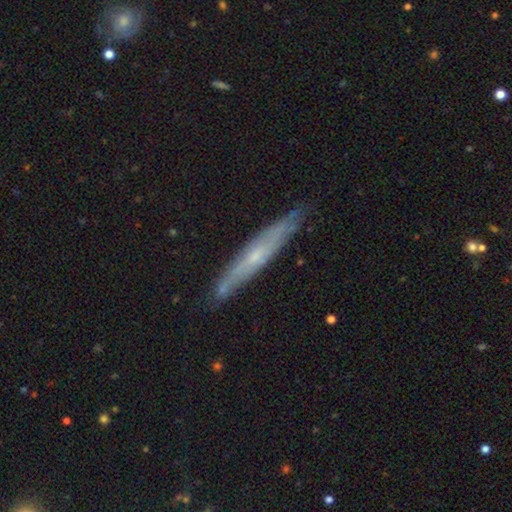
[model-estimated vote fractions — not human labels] A featured or disk galaxy (60%) viewed edge-on (84%) with no central bulge (52%).

Vote fractions:
- Smooth or featured? featured or disk: 60% / smooth: 33% / star or artifact: 7%
- Edge-on disk? yes: 84% / no: 16%
- Edge-on bulge? none: 52% / rounded: 44% / boxy: 4%
- Merging? none: 83% / minor disturbance: 14% / major disturbance: 2% / merger: 2%